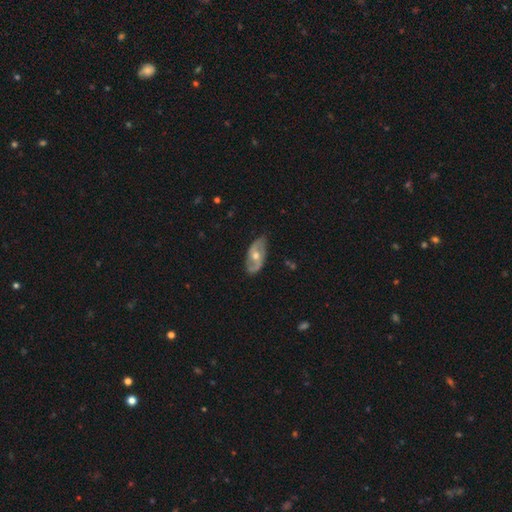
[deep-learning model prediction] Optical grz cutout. It shows a featured or disk galaxy (75%) with no bar (60%), 2 (85%) medium (43%) spiral arms (85%) and a moderate central bulge (72%). Merging: none (77%).